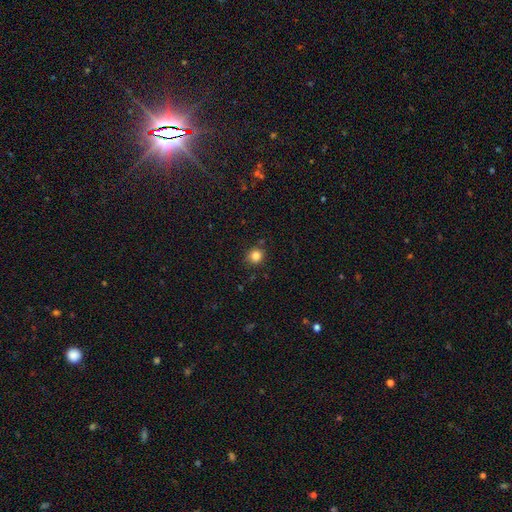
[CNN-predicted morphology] Smooth or featured? smooth (84%)
How rounded? round (83%)
Merging? none (81%)